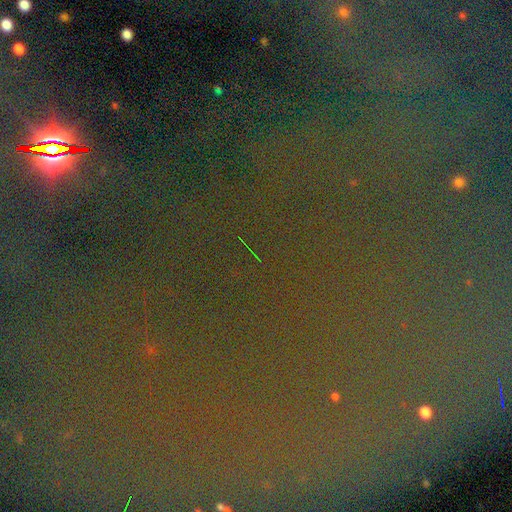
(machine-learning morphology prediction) Q: Smooth or featured?
A: star or artifact (79%); runner-up: smooth (12%)